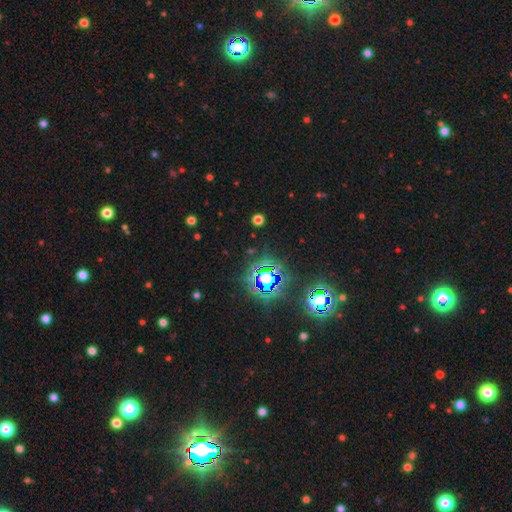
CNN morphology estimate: Smooth or featured?
  - star or artifact: 82% *
  - smooth: 11%
  - featured or disk: 7%